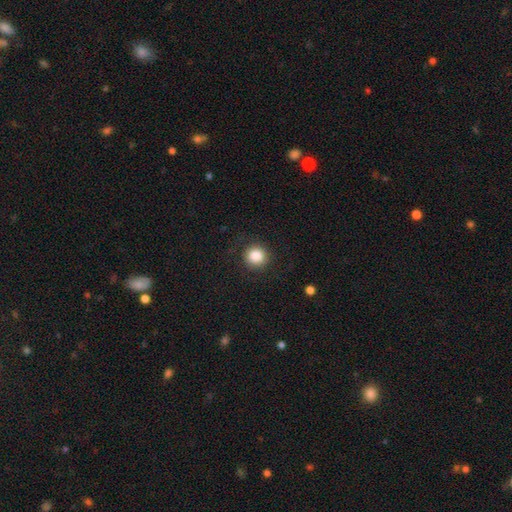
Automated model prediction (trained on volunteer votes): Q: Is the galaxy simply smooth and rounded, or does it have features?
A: smooth — 87%.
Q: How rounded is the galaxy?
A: round — 92%.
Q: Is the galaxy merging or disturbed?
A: none — 87%.